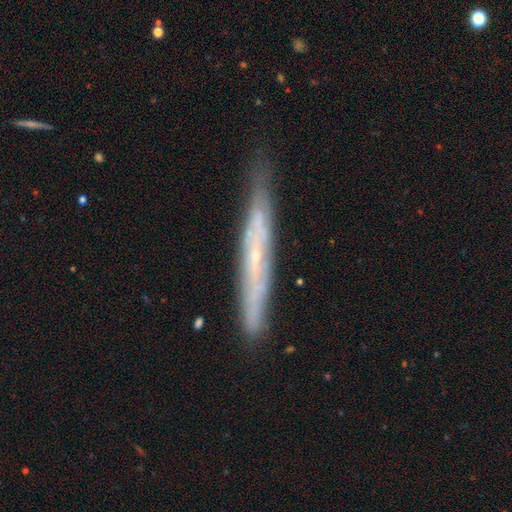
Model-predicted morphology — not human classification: Smooth or featured: featured or disk — 65% (smooth — 28%)
Edge-on disk: yes — 83% (no — 17%)
Edge-on bulge: none — 64% (rounded — 32%)
Merging: none — 75% (minor disturbance — 20%)